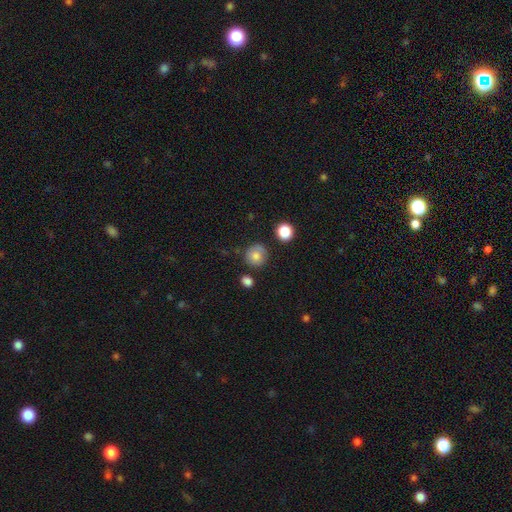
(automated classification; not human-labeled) Q: Smooth or featured?
A: smooth (76%); runner-up: featured or disk (13%)
Q: How rounded?
A: round (91%); runner-up: in between (8%)
Q: Merging?
A: none (78%); runner-up: minor disturbance (13%)